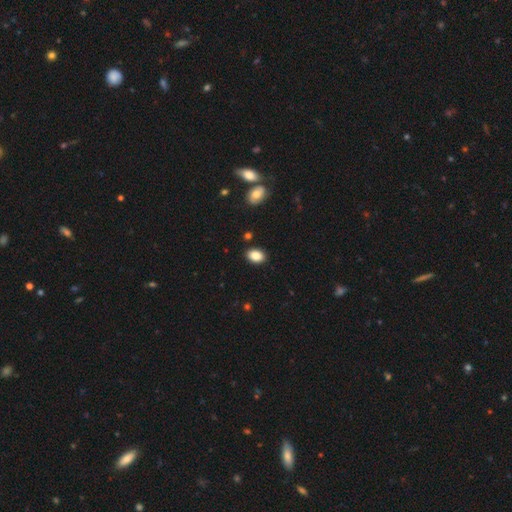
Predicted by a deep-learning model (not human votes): A smooth galaxy with no disk features (87%) that is in between round and cigar-shaped (83%).

Vote fractions:
- Smooth or featured? smooth: 87% / star or artifact: 8% / featured or disk: 5%
- How rounded? in between: 83% / round: 16% / cigar-shaped: 1%
- Merging? none: 88% / minor disturbance: 9% / major disturbance: 2% / merger: 2%